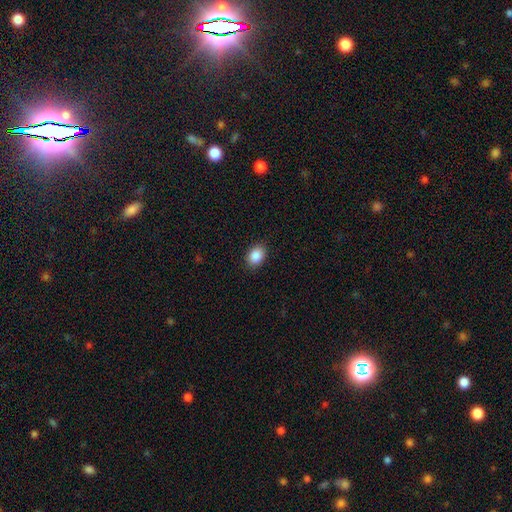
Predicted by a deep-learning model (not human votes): Overall: smooth (88%). How rounded: in between (72%). Merging: none (89%).